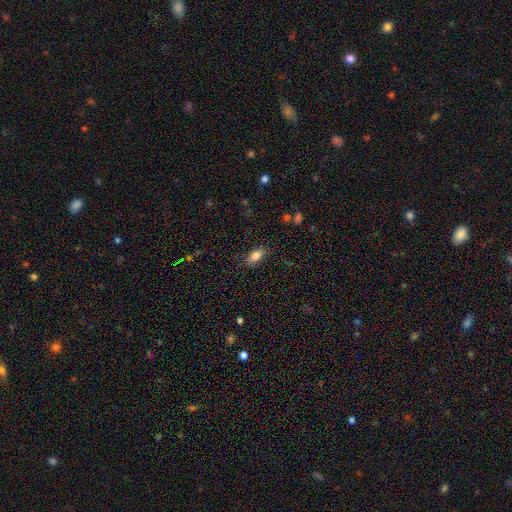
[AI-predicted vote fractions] Morphology: type=smooth (81%); roundness=in between (86%); merging=none (83%).